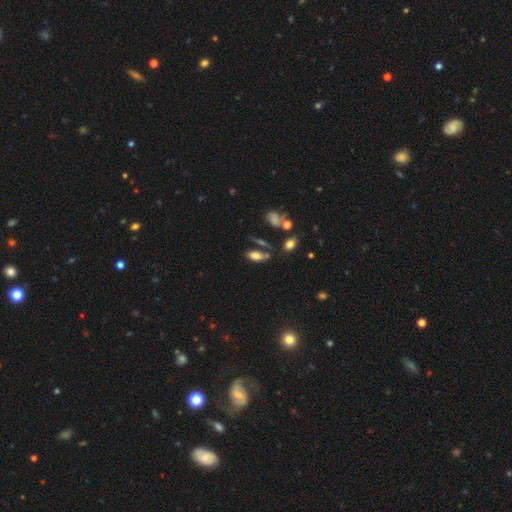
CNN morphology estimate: smooth-or-featured: smooth: 72% | featured or disk: 17% | star or artifact: 11%
  how-rounded: in between: 83% | cigar-shaped: 12% | round: 5%
  merging: none: 60% | minor disturbance: 18% | merger: 15% | major disturbance: 8%